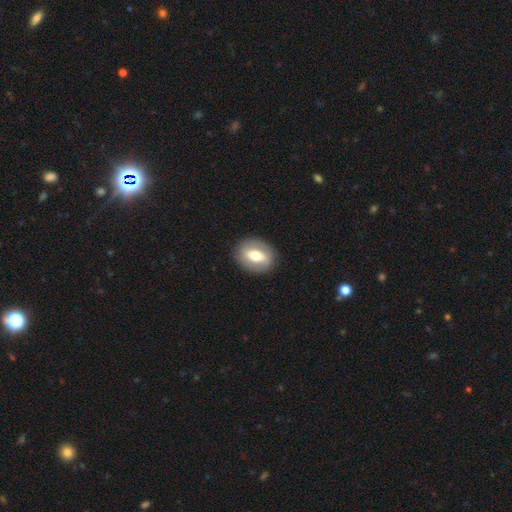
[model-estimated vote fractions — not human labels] smooth-or-featured: smooth: 51% | featured or disk: 42% | star or artifact: 7%
  how-rounded: in between: 63% | round: 35% | cigar-shaped: 2%
  merging: none: 88% | minor disturbance: 8% | major disturbance: 3% | merger: 1%